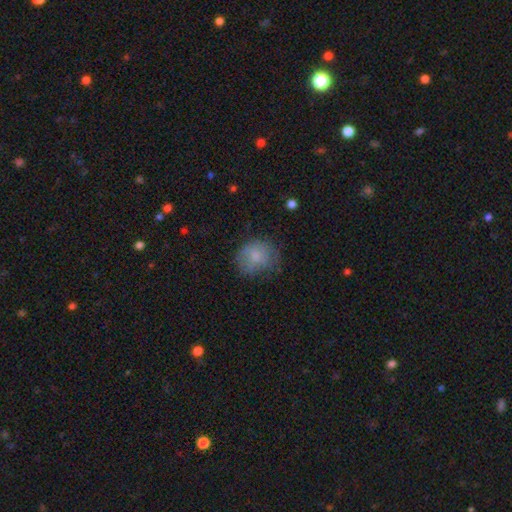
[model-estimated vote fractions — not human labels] The model was most divided on "merging": none: 59%, minor disturbance: 27%, major disturbance: 13%, merger: 2%. More confident: smooth or featured — smooth (75%); how rounded — round (69%).